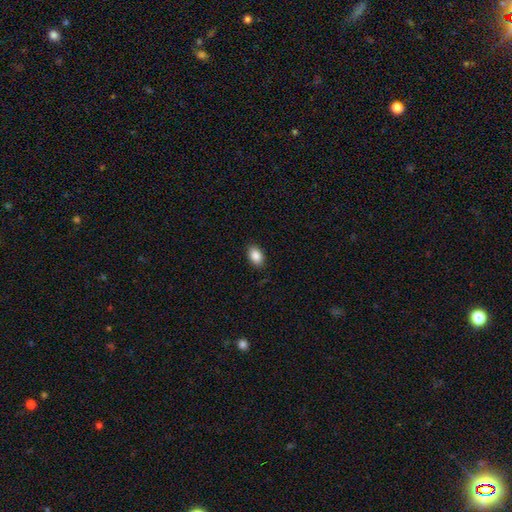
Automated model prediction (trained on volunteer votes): The model was most divided on "how rounded": in between: 89%, round: 10%, cigar-shaped: 1%. More confident: merging — none (89%); smooth or featured — smooth (86%).